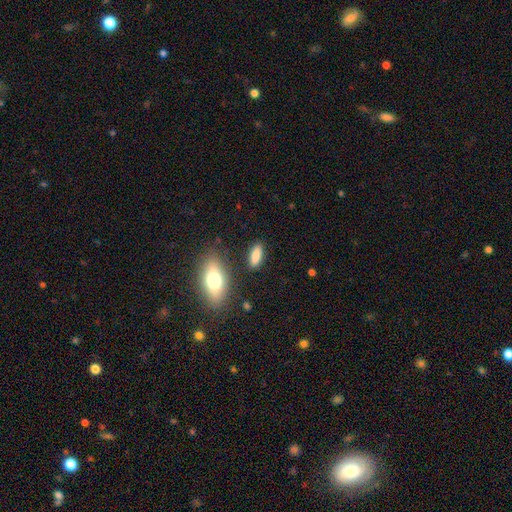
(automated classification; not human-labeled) Smooth or featured?
  - smooth: 83% *
  - featured or disk: 9%
  - star or artifact: 8%
How rounded?
  - in between: 64% *
  - cigar-shaped: 33%
  - round: 3%
Merging?
  - none: 83% *
  - minor disturbance: 11%
  - merger: 3%
  - major disturbance: 3%